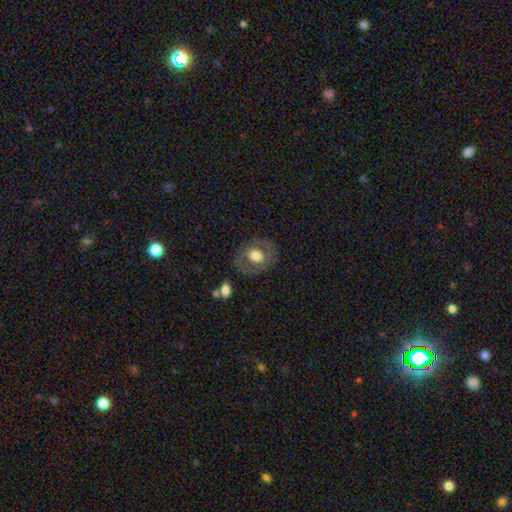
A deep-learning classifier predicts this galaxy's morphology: featured or disk 47%, smooth 46%, star or artifact 7%. Down the decision tree: merging — none (78%).